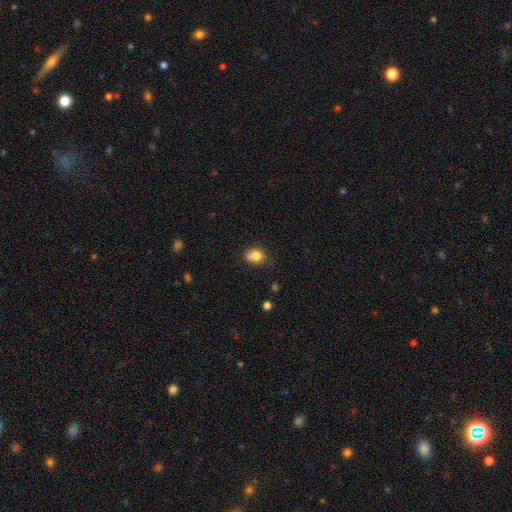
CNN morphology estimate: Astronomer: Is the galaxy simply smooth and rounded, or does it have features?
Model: smooth — 78%.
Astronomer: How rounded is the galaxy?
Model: round — 55% (runner-up: in between, 44%).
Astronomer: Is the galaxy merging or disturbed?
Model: none — 48% (runner-up: minor disturbance, 23%).